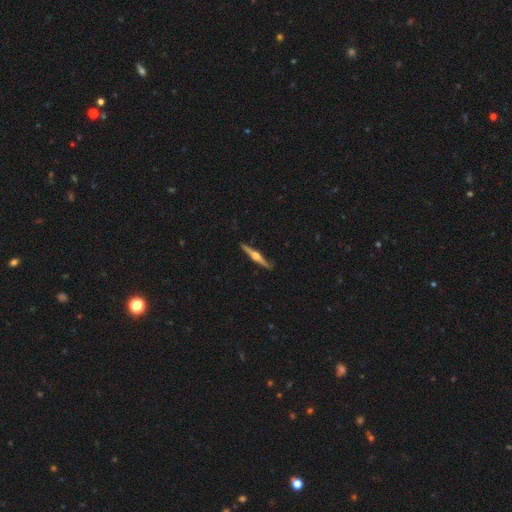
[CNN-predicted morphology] featured or disk 80%, smooth 15%, star or artifact 5%. Down the decision tree: edge-on disk — yes (98%); edge-on bulge — rounded (93%); merging — none (91%).